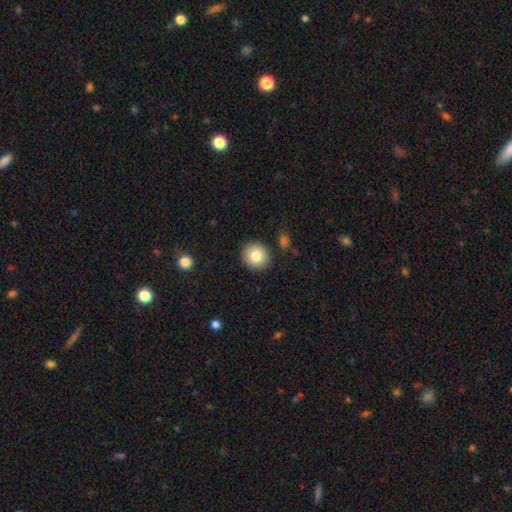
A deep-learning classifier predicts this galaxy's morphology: smooth 82%, featured or disk 9%, star or artifact 9%. Down the decision tree: how rounded — round (92%); merging — none (89%).